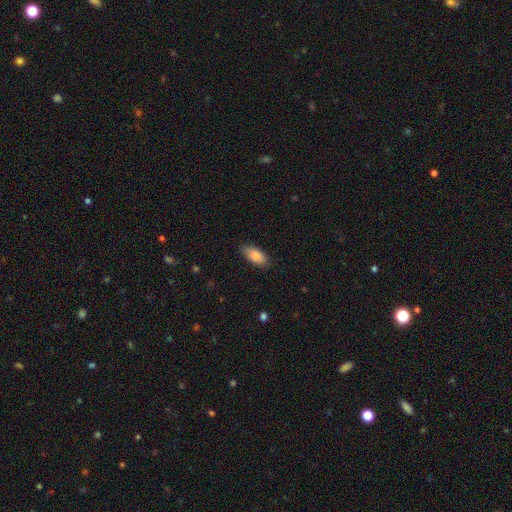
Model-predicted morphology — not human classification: A smooth galaxy with no disk features (86%) that is in between round and cigar-shaped (89%).

Vote fractions:
- Smooth or featured? smooth: 86% / featured or disk: 8% / star or artifact: 6%
- How rounded? in between: 89% / cigar-shaped: 9% / round: 2%
- Merging? none: 84% / minor disturbance: 13% / major disturbance: 3% / merger: 1%